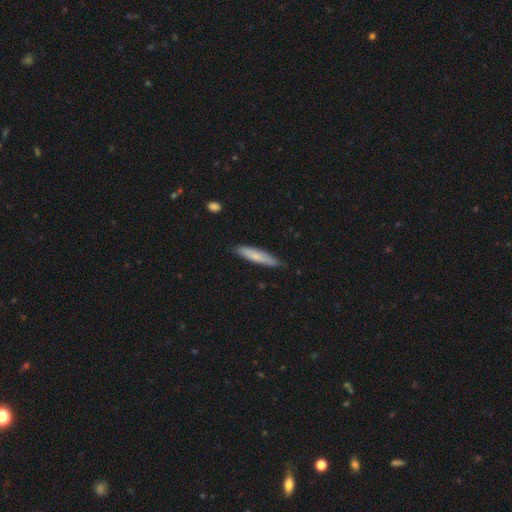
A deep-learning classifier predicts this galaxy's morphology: type=smooth (73%); roundness=cigar-shaped (84%); merging=none (80%).